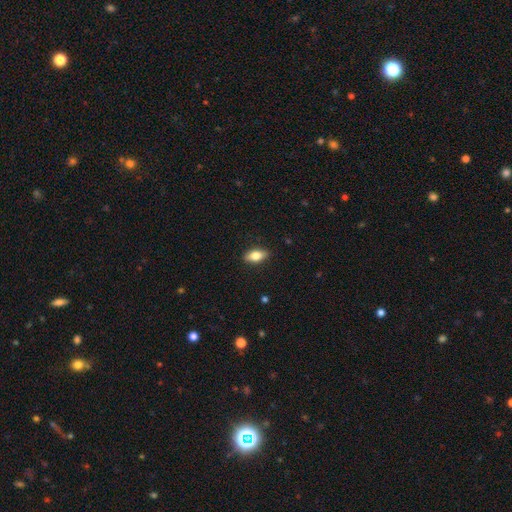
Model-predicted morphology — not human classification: Overall: smooth (77%). How rounded: in between (86%). Merging: none (88%).